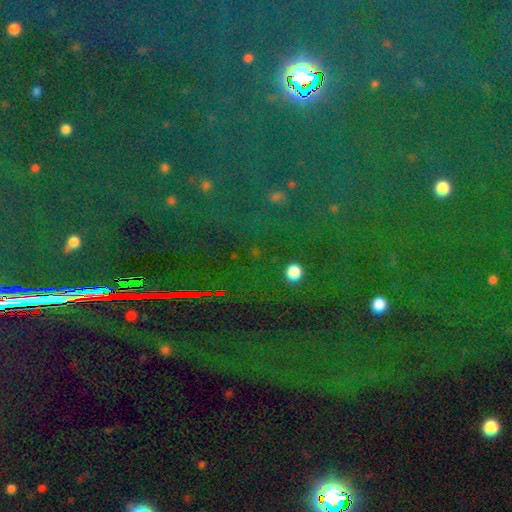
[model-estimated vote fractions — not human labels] Morphology: type=star or artifact (83%).